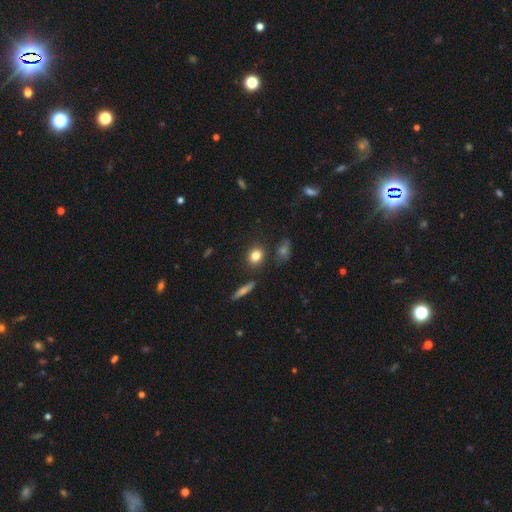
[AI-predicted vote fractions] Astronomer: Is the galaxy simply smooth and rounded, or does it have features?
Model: smooth — 81%.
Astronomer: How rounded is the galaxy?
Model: round — 63%.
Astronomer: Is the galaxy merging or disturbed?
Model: none — 83%.